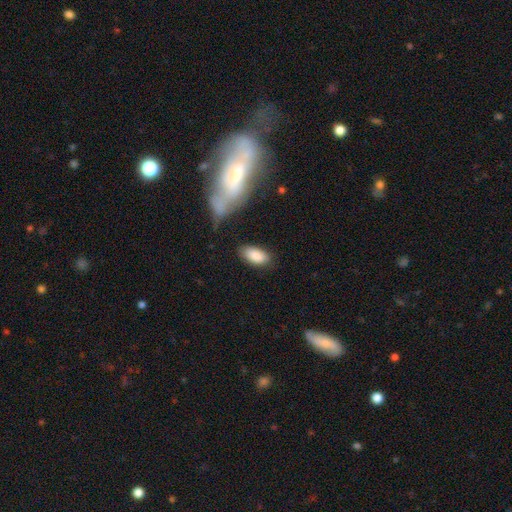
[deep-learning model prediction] Q: Smooth or featured?
A: smooth (88%); runner-up: star or artifact (6%)
Q: How rounded?
A: in between (93%); runner-up: cigar-shaped (4%)
Q: Merging?
A: none (78%); runner-up: minor disturbance (15%)